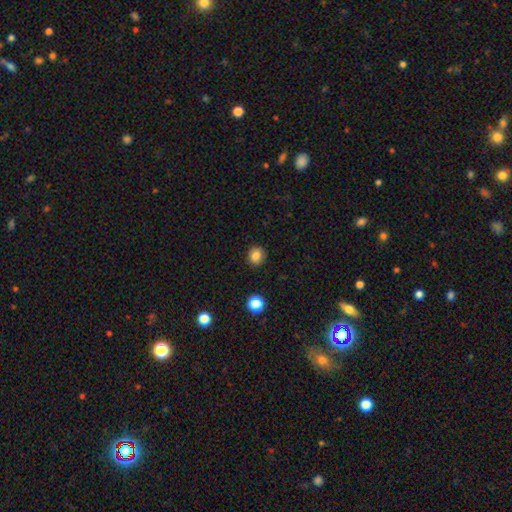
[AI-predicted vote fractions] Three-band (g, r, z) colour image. It shows a smooth galaxy with no disk features (83%) that is round (81%). Merging: none (90%).